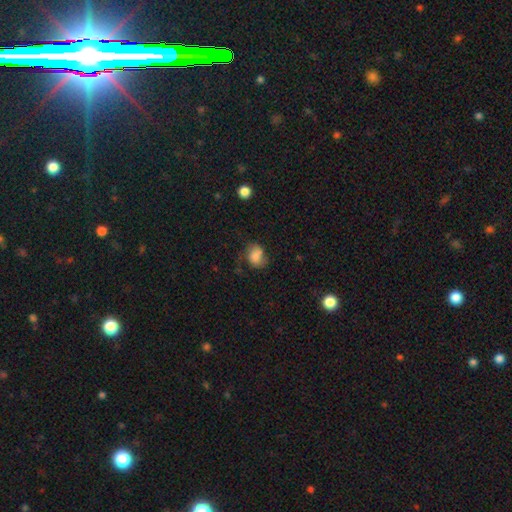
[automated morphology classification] smooth 74%, featured or disk 17%, star or artifact 10%. Down the decision tree: how rounded — in between (54%); merging — none (47%).